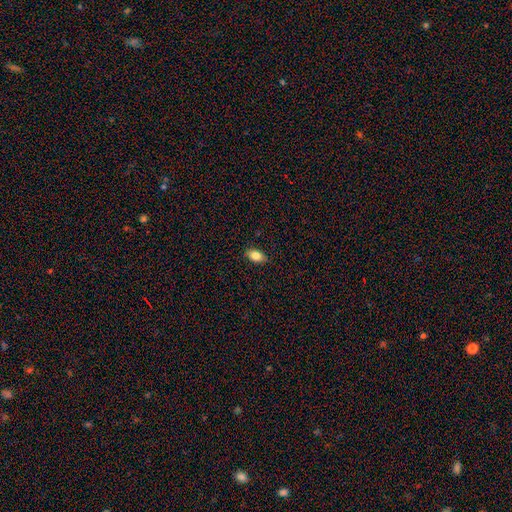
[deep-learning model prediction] smooth_or_featured: smooth (p=0.83) [alt: featured or disk p=0.09]
how_rounded: in between (p=0.89) [alt: round p=0.08]
merging: none (p=0.88) [alt: minor disturbance p=0.09]